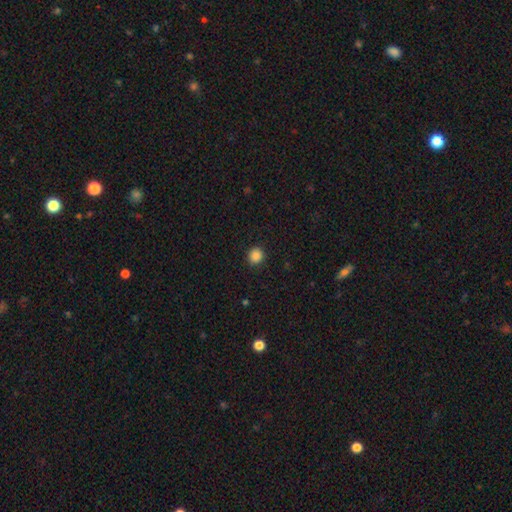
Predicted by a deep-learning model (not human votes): Smooth or featured? Predicted: smooth (p=0.86). How rounded? Predicted: round (p=0.90). Merging? Predicted: none (p=0.91).